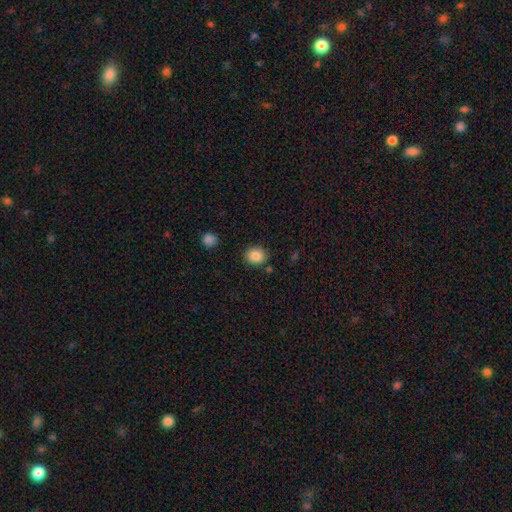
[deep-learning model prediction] Smooth or featured: smooth — 86% (star or artifact — 9%)
How rounded: round — 73% (in between — 26%)
Merging: none — 85% (minor disturbance — 9%)